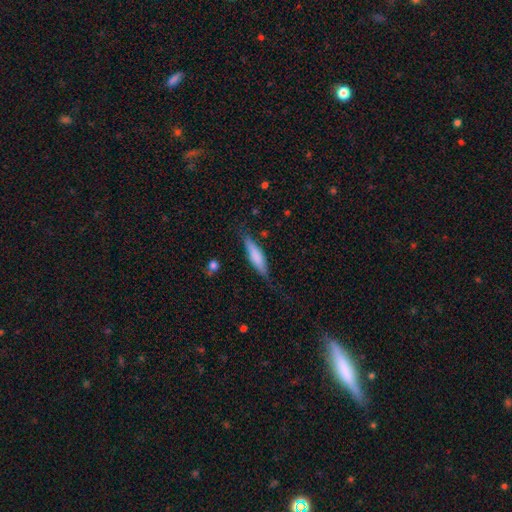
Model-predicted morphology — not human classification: Overall: smooth (67%). How rounded: cigar-shaped (72%). Merging: none (74%).